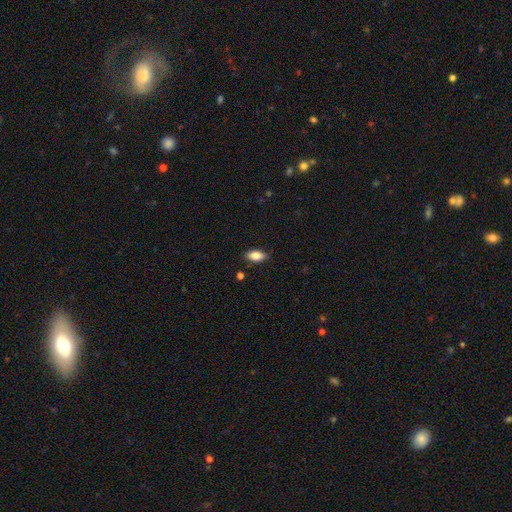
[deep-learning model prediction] A smooth galaxy with no disk features (85%) that is in between round and cigar-shaped (90%). Merging: none (82%).